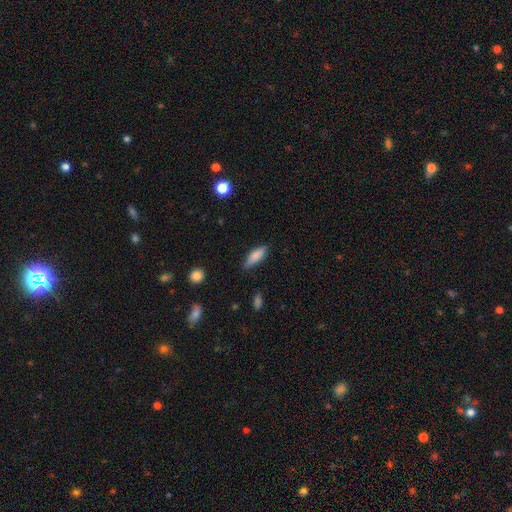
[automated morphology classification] This appears to be a smooth galaxy with no disk features (79%) that is in between round and cigar-shaped (53%). Merging: none (74%).